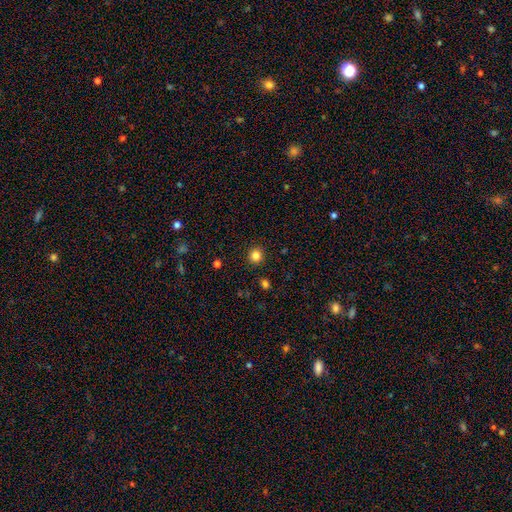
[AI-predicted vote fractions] Q: Smooth or featured?
A: smooth (84%); runner-up: star or artifact (12%)
Q: How rounded?
A: round (91%); runner-up: in between (8%)
Q: Merging?
A: none (92%); runner-up: minor disturbance (5%)